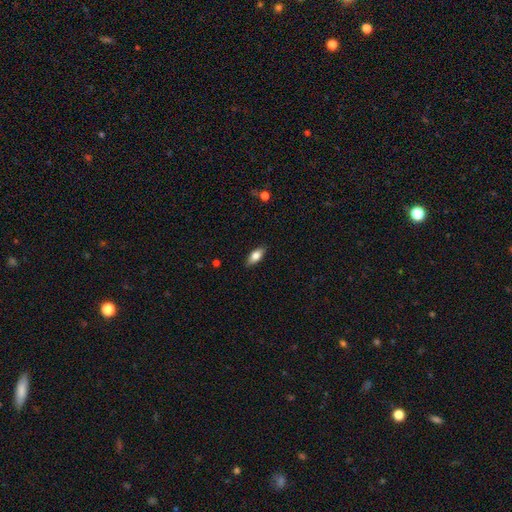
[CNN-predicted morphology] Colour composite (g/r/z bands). It shows a smooth galaxy with no disk features (79%) that is in between round and cigar-shaped (84%). Merging: none (87%).